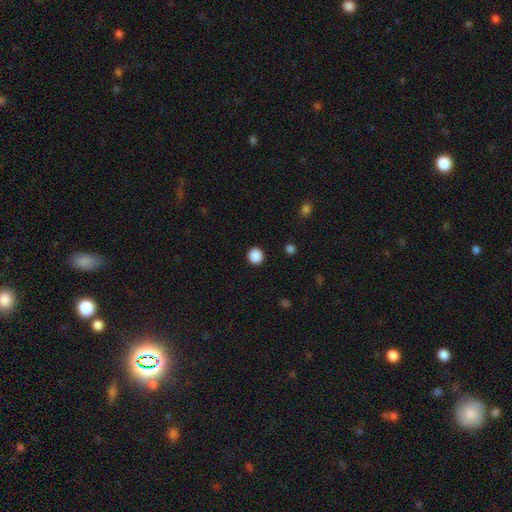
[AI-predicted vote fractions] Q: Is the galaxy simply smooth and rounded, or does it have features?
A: smooth — 89%.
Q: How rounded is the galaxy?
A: round — 92%.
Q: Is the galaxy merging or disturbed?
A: none — 92%.